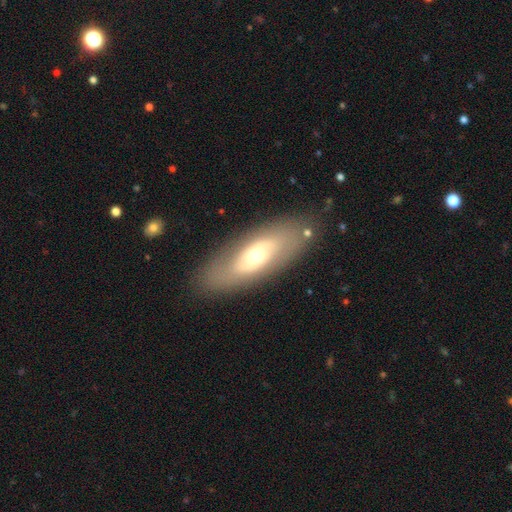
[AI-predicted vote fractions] smooth_or_featured: featured or disk (p=0.52) [alt: smooth p=0.41]
disk_edge_on: no (p=0.78) [alt: yes p=0.22]
merging: none (p=0.82) [alt: minor disturbance p=0.12]